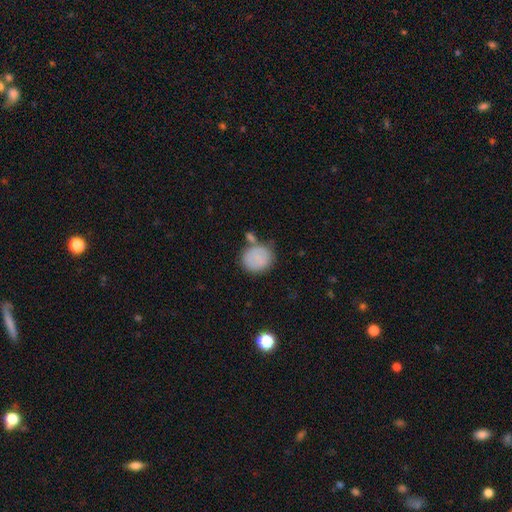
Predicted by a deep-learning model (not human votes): Smooth or featured? Predicted: smooth (p=0.82). How rounded? Predicted: round (p=0.75). Merging? Predicted: none (p=0.62).